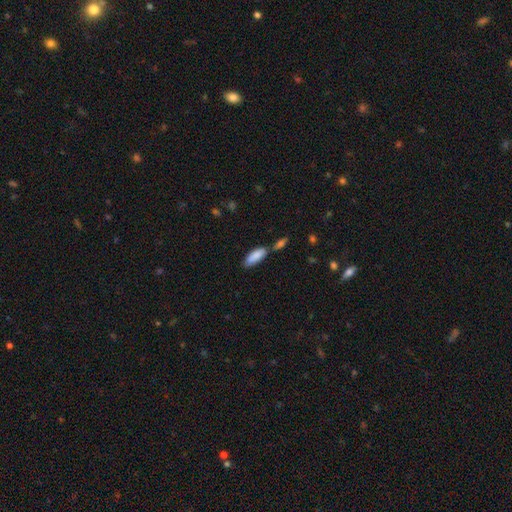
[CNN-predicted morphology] type=smooth (86%); roundness=in between (68%); merging=none (51%).